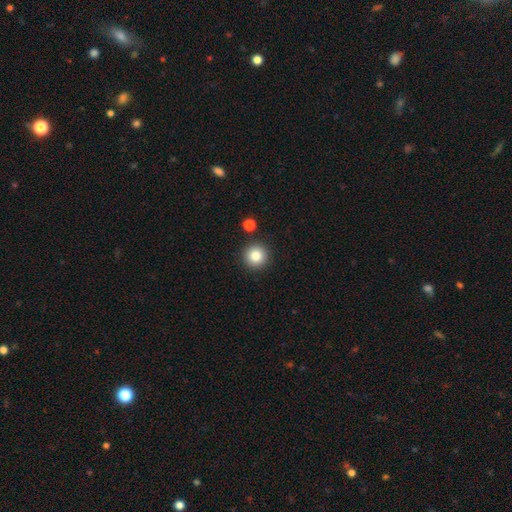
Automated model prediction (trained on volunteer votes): Smooth or featured? Predicted: smooth (p=0.83). How rounded? Predicted: round (p=0.96). Merging? Predicted: none (p=0.89).